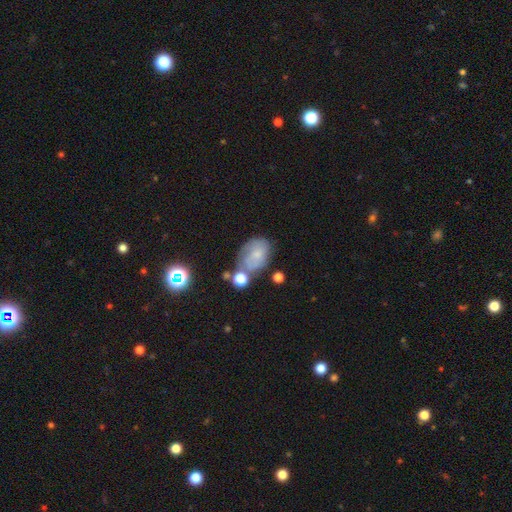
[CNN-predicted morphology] smooth-or-featured: smooth: 47% | featured or disk: 40% | star or artifact: 13%
  merging: none: 47% | minor disturbance: 26% | merger: 14% | major disturbance: 13%